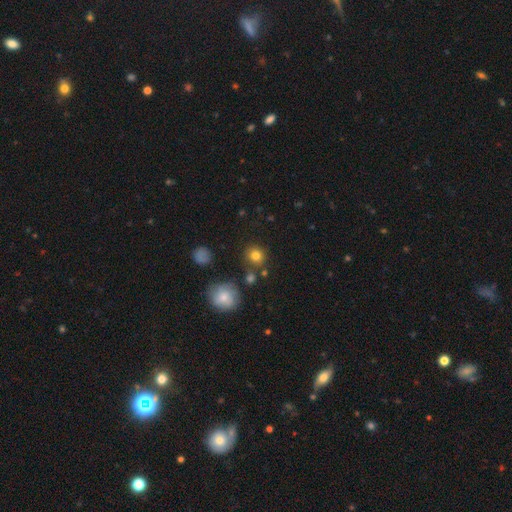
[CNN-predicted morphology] Q: Smooth or featured?
A: smooth (80%); runner-up: star or artifact (13%)
Q: How rounded?
A: round (89%); runner-up: in between (10%)
Q: Merging?
A: none (80%); runner-up: minor disturbance (9%)